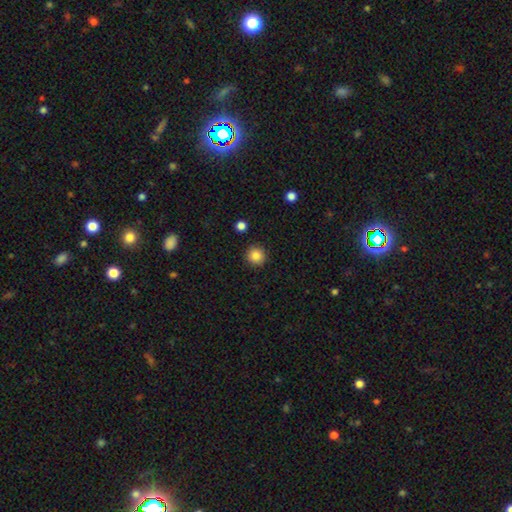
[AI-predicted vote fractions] Q: Smooth or featured?
A: smooth (85%); runner-up: star or artifact (10%)
Q: How rounded?
A: round (94%); runner-up: in between (5%)
Q: Merging?
A: none (92%); runner-up: minor disturbance (5%)